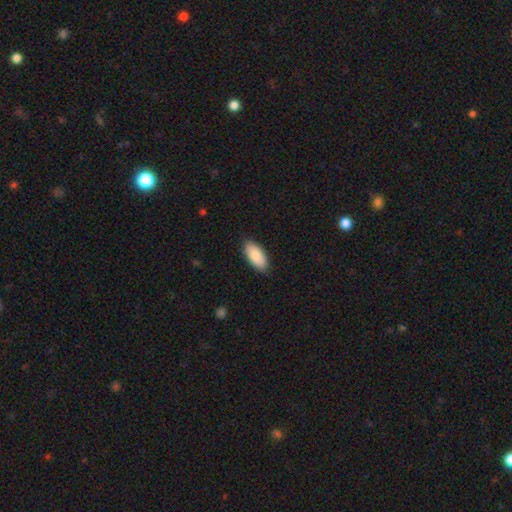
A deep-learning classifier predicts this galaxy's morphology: Smooth or featured?
  - smooth: 88% *
  - featured or disk: 6%
  - star or artifact: 5%
How rounded?
  - in between: 92% *
  - cigar-shaped: 6%
  - round: 2%
Merging?
  - none: 86% *
  - minor disturbance: 11%
  - major disturbance: 2%
  - merger: 1%